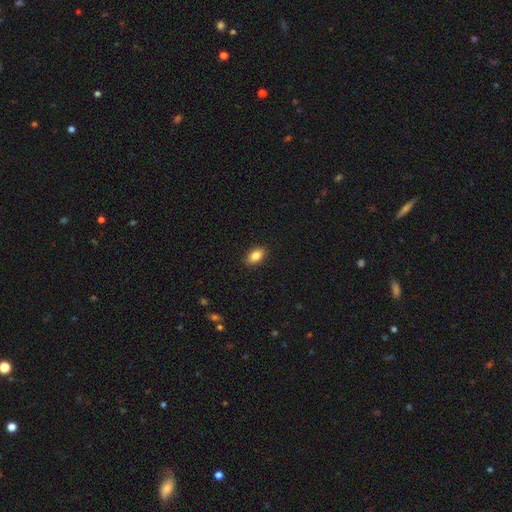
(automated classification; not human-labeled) The model was most divided on "smooth or featured": smooth: 84%, featured or disk: 8%, star or artifact: 8%. More confident: how rounded — in between (90%); merging — none (90%).